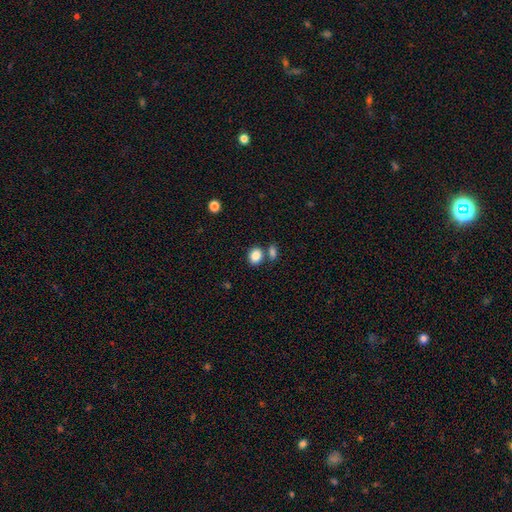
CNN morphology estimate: Q: Smooth or featured?
A: smooth (86%); runner-up: star or artifact (9%)
Q: How rounded?
A: in between (54%); runner-up: round (45%)
Q: Merging?
A: none (65%); runner-up: merger (20%)